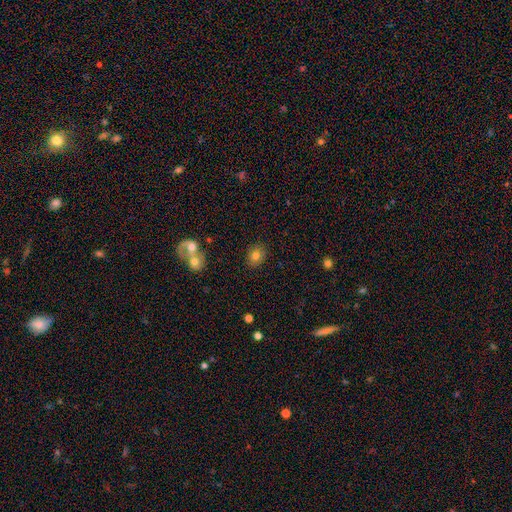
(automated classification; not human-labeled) smooth_or_featured: smooth (p=0.79) [alt: featured or disk p=0.11]
how_rounded: round (p=0.50) [alt: in between p=0.49]
merging: none (p=0.85) [alt: minor disturbance p=0.08]